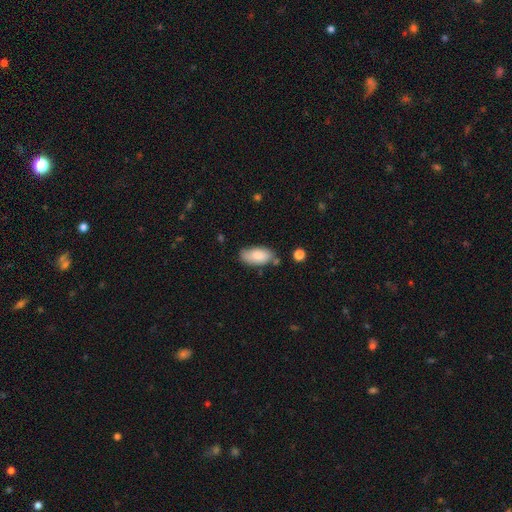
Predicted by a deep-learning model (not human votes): smooth-or-featured: smooth: 84% | featured or disk: 10% | star or artifact: 7%
  how-rounded: in between: 91% | cigar-shaped: 7% | round: 2%
  merging: none: 67% | minor disturbance: 23% | merger: 5% | major disturbance: 5%